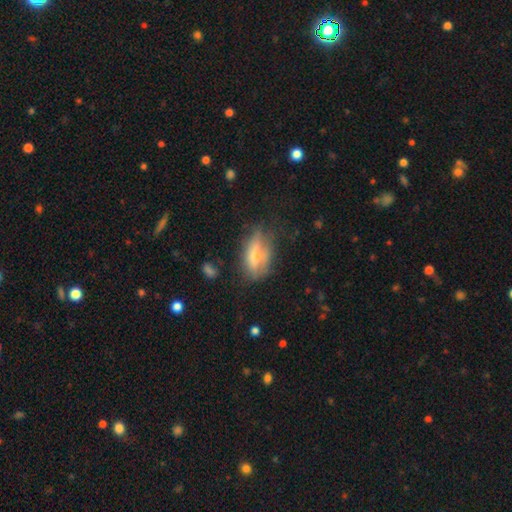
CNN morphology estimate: Smooth or featured? smooth (48%)
Merging? none (59%)